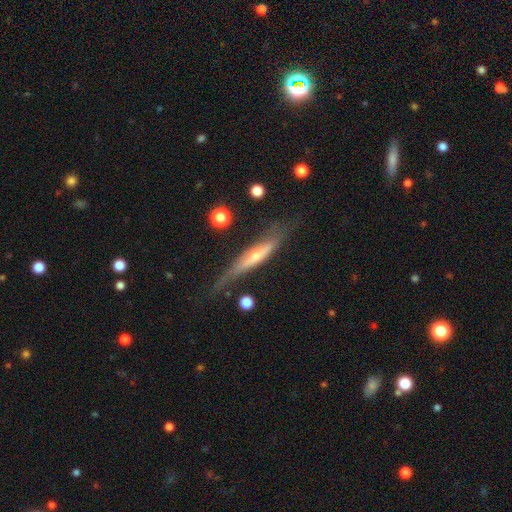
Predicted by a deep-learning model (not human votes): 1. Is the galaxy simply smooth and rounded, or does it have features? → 68% featured or disk, 25% smooth, 6% star or artifact.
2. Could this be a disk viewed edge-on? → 89% yes, 11% no.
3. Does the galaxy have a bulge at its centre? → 71% rounded, 22% none, 6% boxy.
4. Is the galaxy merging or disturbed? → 64% none, 25% minor disturbance, 9% major disturbance, 3% merger.